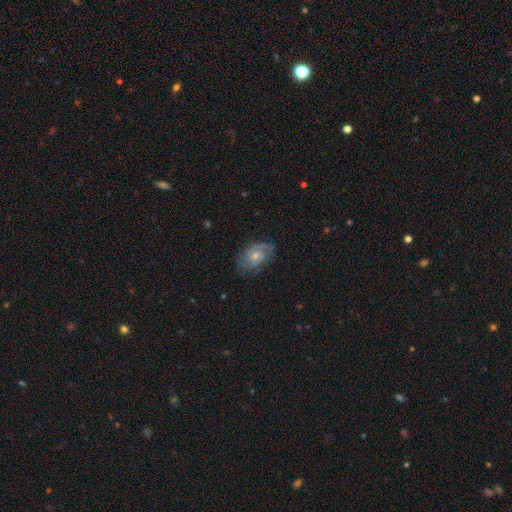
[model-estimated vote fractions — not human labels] A featured or disk galaxy (70%) with no bar (72%), 2 (53%) tight (44%) spiral arms (90%) and a moderate central bulge (50%).

Vote fractions:
- Smooth or featured? featured or disk: 70% / smooth: 24% / star or artifact: 7%
- Edge-on disk? no: 97% / yes: 3%
- Bar? no: 72% / weak: 25% / strong: 3%
- Spiral arms? yes: 90% / no: 10%
- Spiral winding? tight: 44% / medium: 41% / loose: 15%
- Spiral arm count? 2: 53% / can't tell: 24% / 3: 11% / 1: 5% / 4: 3% / more than 4: 3%
- Bulge size? moderate: 50% / small: 43% / large: 3% / none: 3% / dominant: 1%
- Merging? none: 71% / minor disturbance: 20% / major disturbance: 7% / merger: 1%